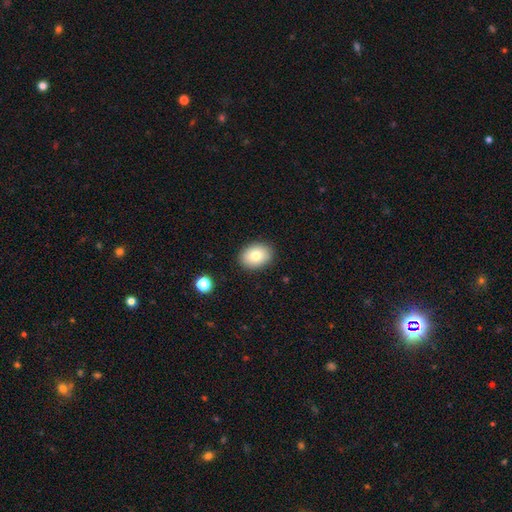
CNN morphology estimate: Q: Smooth or featured?
A: smooth (80%); runner-up: featured or disk (12%)
Q: How rounded?
A: in between (68%); runner-up: round (31%)
Q: Merging?
A: none (89%); runner-up: minor disturbance (8%)